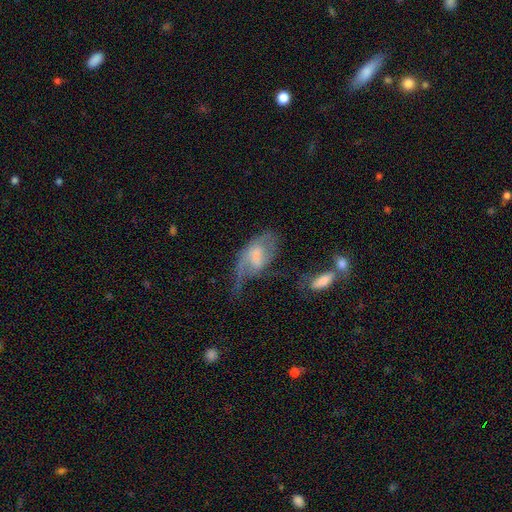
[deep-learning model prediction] featured or disk 61%, smooth 30%, star or artifact 9%. Down the decision tree: edge-on disk — no (93%); bar — weak (45%); spiral arms — yes (75%); bulge size — moderate (31%); merging — major disturbance (41%).